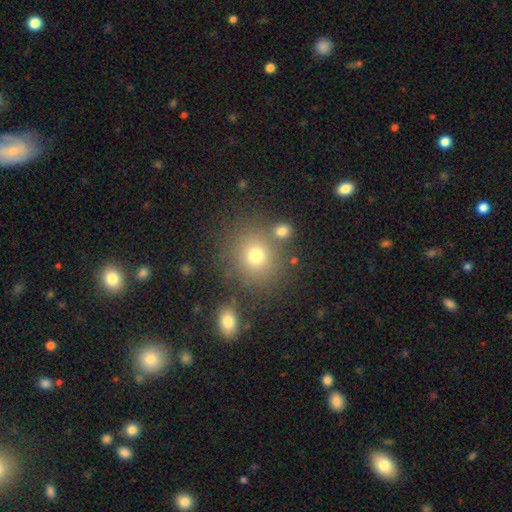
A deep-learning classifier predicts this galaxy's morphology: smooth 73%, star or artifact 16%, featured or disk 11%. Down the decision tree: how rounded — round (80%); merging — none (75%).